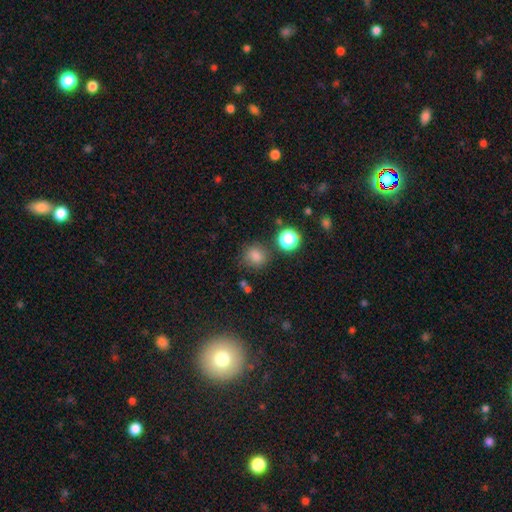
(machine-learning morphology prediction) Smooth or featured? Predicted: smooth (p=0.77). How rounded? Predicted: round (p=0.81). Merging? Predicted: none (p=0.77).